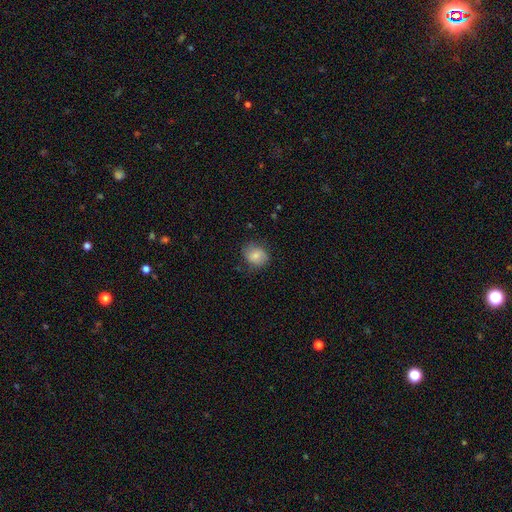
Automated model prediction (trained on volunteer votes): This is likely a smooth galaxy (79%). How rounded: likely round (68%). Merging: likely none (76%).